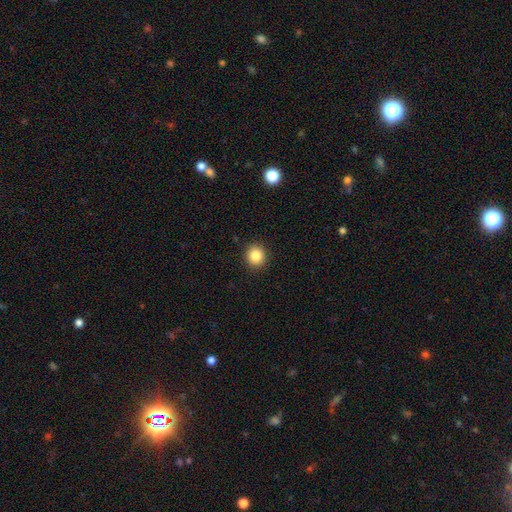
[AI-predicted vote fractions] This is clearly a smooth galaxy (86%). How rounded: clearly round (89%). Merging: clearly none (91%).